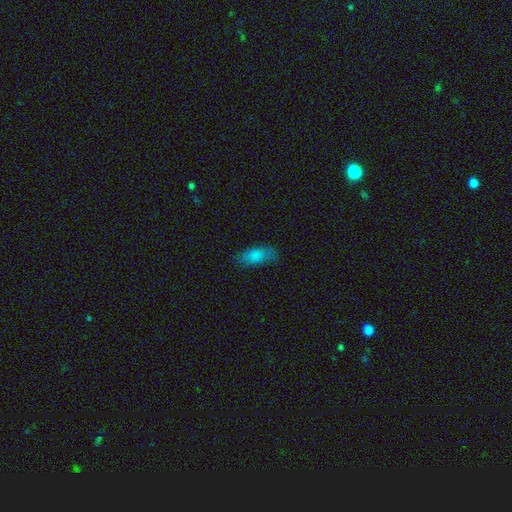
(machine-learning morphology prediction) The model was most divided on "merging": none: 72%, minor disturbance: 21%, major disturbance: 6%, merger: 1%. More confident: how rounded — in between (87%); smooth or featured — smooth (82%).